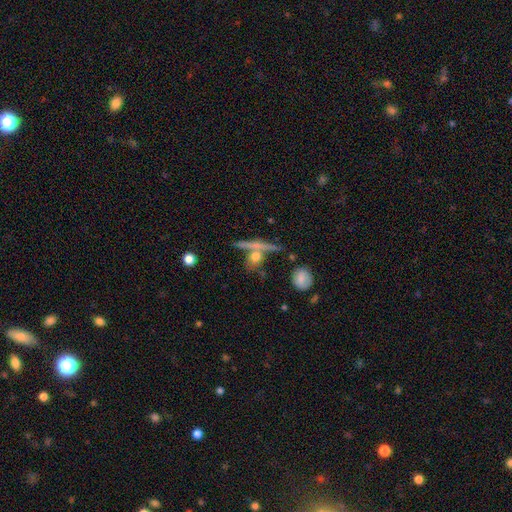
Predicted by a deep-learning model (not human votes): This is possibly a smooth galaxy (49%). Merging: likely none (63%).